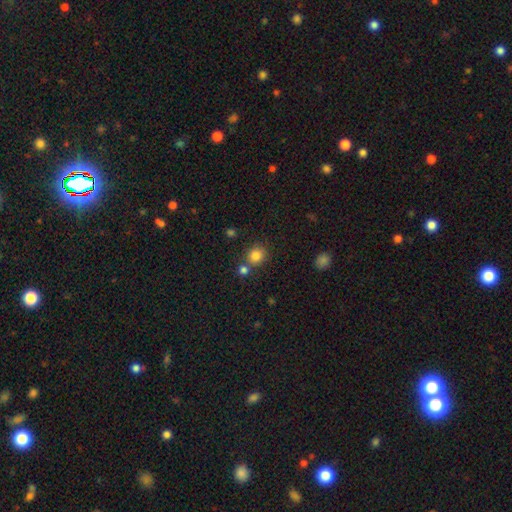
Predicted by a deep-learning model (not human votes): Morphology: type=smooth (83%); roundness=round (85%); merging=none (70%).